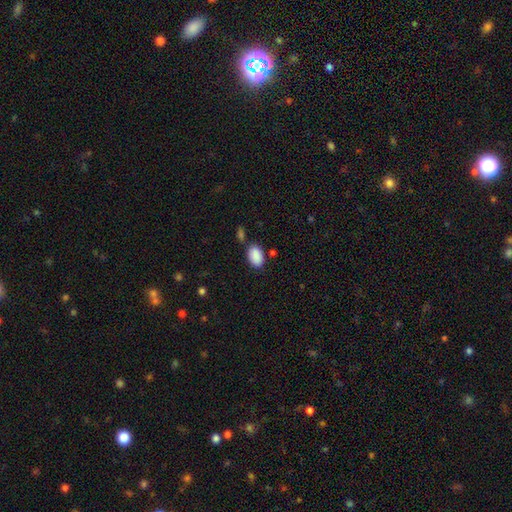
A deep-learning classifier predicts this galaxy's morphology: This is clearly a smooth galaxy (90%). How rounded: clearly in between (91%). Merging: likely none (76%).